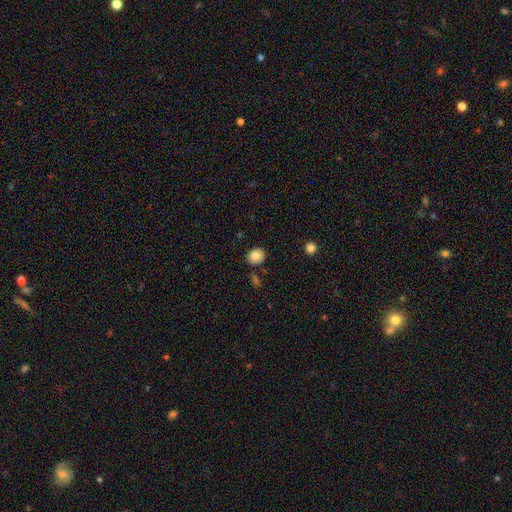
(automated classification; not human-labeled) Smooth or featured: smooth — 85% (star or artifact — 9%)
How rounded: round — 72% (in between — 28%)
Merging: none — 84% (minor disturbance — 9%)